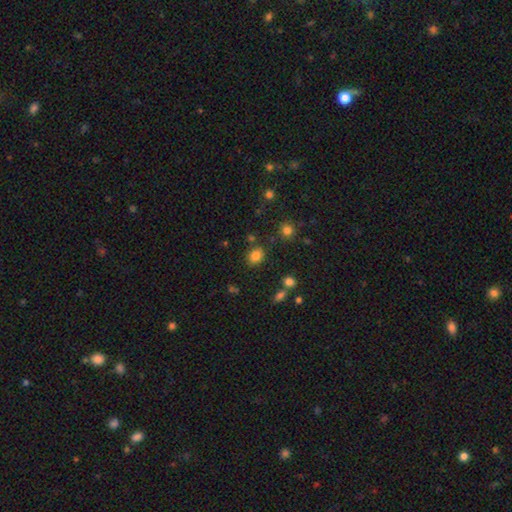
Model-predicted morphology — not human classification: The model was most divided on "how rounded": in between: 55%, round: 44%, cigar-shaped: 1%. More confident: smooth or featured — smooth (82%); merging — none (79%).